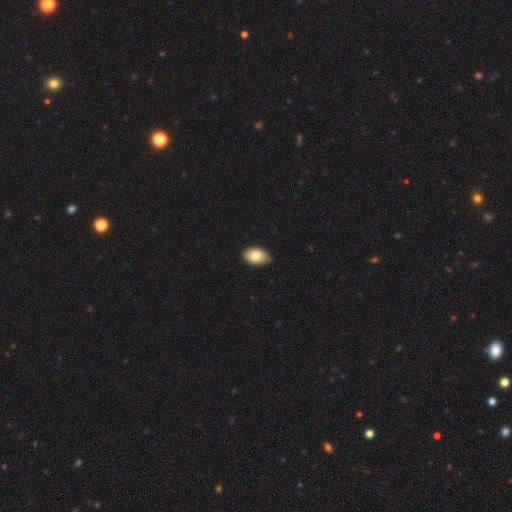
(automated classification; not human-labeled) smooth 82%, featured or disk 11%, star or artifact 7%. Down the decision tree: how rounded — in between (92%); merging — none (79%).